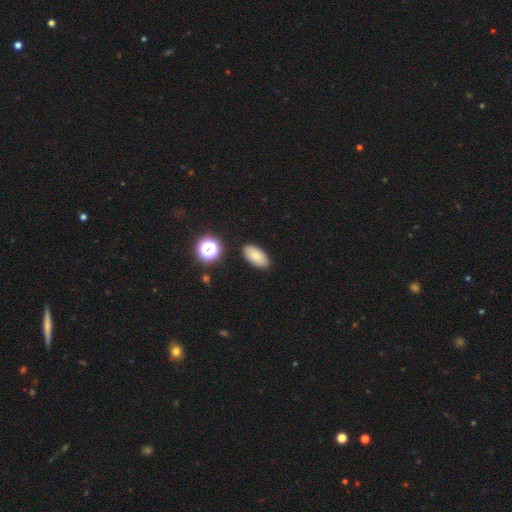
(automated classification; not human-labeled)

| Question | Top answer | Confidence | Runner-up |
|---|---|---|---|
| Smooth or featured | smooth | 83% | star or artifact (10%) |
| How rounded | in between | 92% | cigar-shaped (4%) |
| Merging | none | 88% | minor disturbance (8%) |